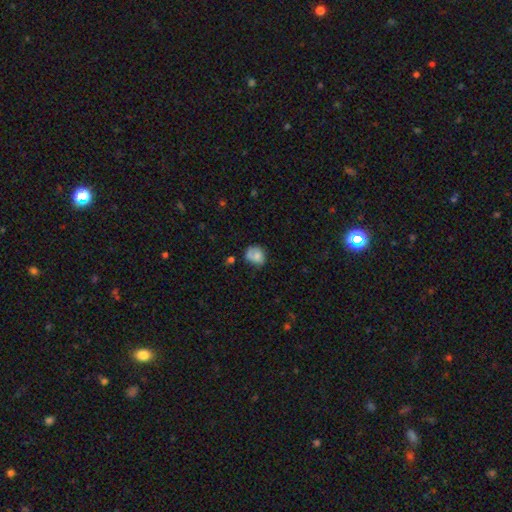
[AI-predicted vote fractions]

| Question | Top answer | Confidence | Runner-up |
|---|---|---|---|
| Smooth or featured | smooth | 69% | featured or disk (22%) |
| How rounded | round | 61% | in between (38%) |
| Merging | none | 46% | minor disturbance (29%) |